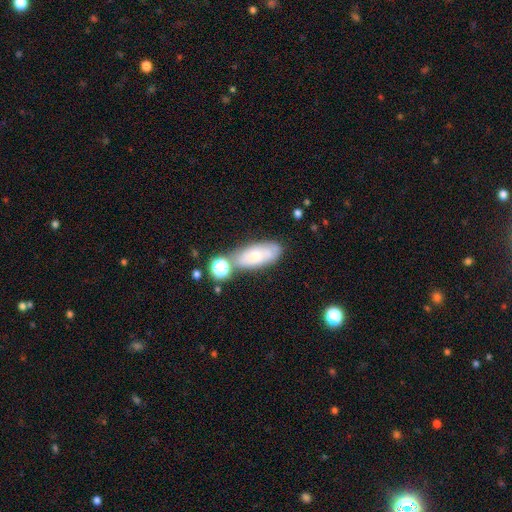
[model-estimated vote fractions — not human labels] Overall: smooth (59%; featured or disk 31%). How rounded: in between (80%). Merging: none (53%; minor disturbance 20%).